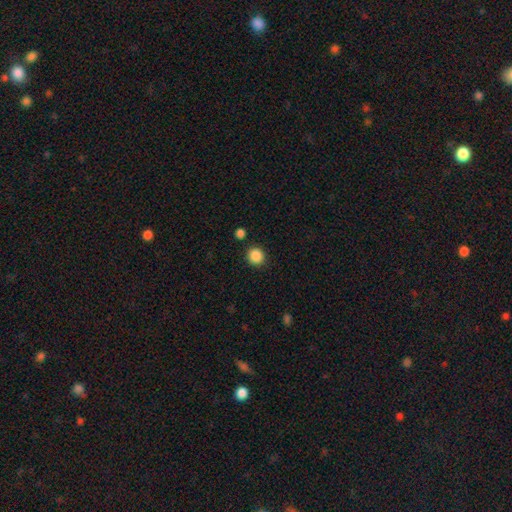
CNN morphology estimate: Smooth or featured?
  - smooth: 87% *
  - star or artifact: 10%
  - featured or disk: 3%
How rounded?
  - round: 91% *
  - in between: 8%
  - cigar-shaped: 1%
Merging?
  - none: 89% *
  - minor disturbance: 6%
  - merger: 3%
  - major disturbance: 2%